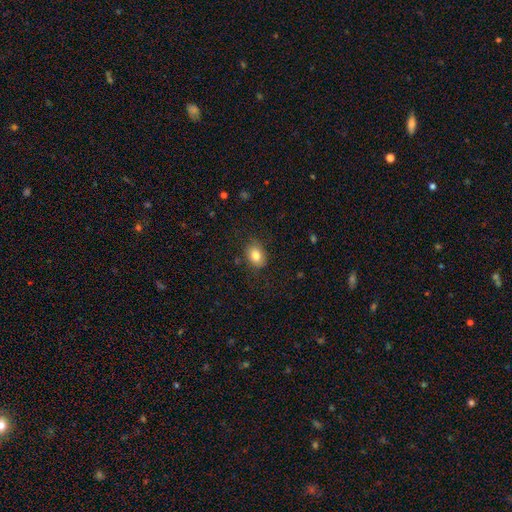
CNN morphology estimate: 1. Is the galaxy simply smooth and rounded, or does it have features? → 82% smooth, 9% featured or disk, 9% star or artifact.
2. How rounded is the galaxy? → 64% in between, 35% round, 1% cigar-shaped.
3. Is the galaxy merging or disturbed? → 81% none, 14% minor disturbance, 4% major disturbance, 1% merger.